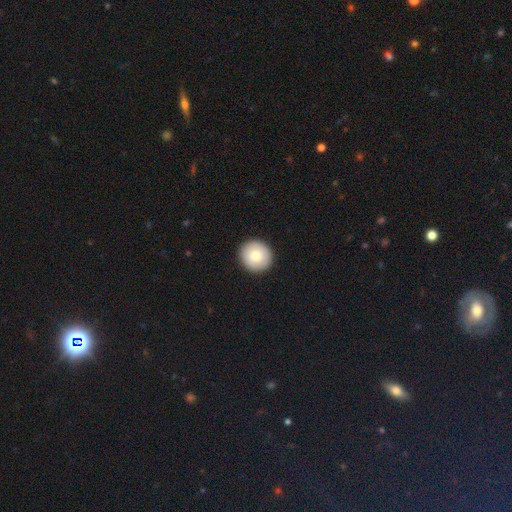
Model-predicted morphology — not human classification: smooth_or_featured: smooth (p=0.80) [alt: featured or disk p=0.12]
how_rounded: round (p=0.93) [alt: in between p=0.06]
merging: none (p=0.93) [alt: minor disturbance p=0.05]